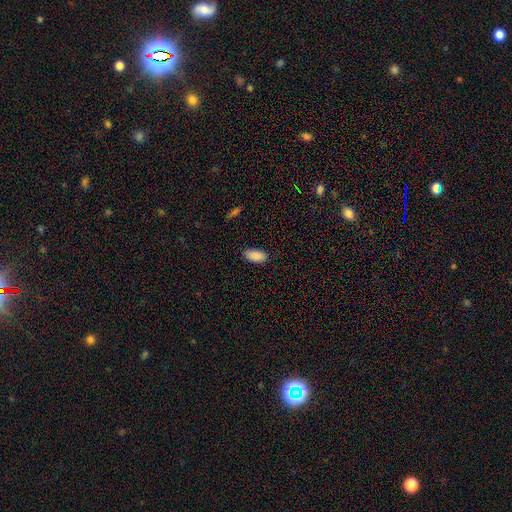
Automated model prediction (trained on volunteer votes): Smooth or featured?
  - smooth: 89% *
  - star or artifact: 7%
  - featured or disk: 5%
How rounded?
  - in between: 92% *
  - cigar-shaped: 6%
  - round: 2%
Merging?
  - none: 85% *
  - minor disturbance: 12%
  - major disturbance: 2%
  - merger: 1%